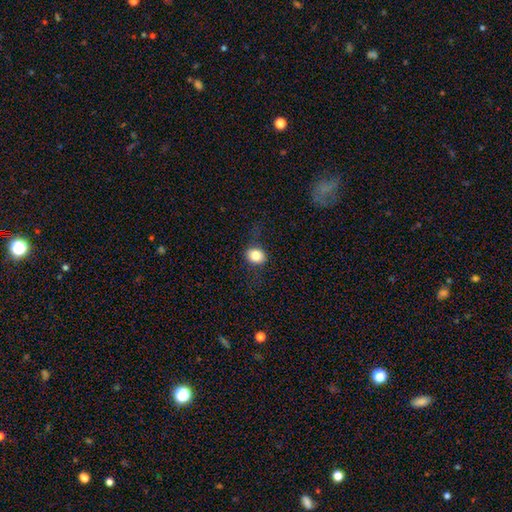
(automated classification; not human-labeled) Smooth or featured?
  - smooth: 81% *
  - star or artifact: 10%
  - featured or disk: 10%
How rounded?
  - round: 57% *
  - in between: 42%
  - cigar-shaped: 1%
Merging?
  - none: 76% *
  - minor disturbance: 15%
  - major disturbance: 7%
  - merger: 1%